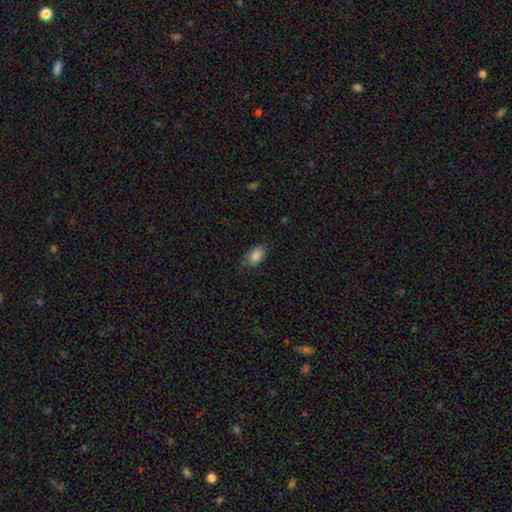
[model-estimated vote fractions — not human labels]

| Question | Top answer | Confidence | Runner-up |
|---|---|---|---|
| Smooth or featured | smooth | 85% | featured or disk (8%) |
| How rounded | in between | 91% | round (6%) |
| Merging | none | 73% | minor disturbance (21%) |